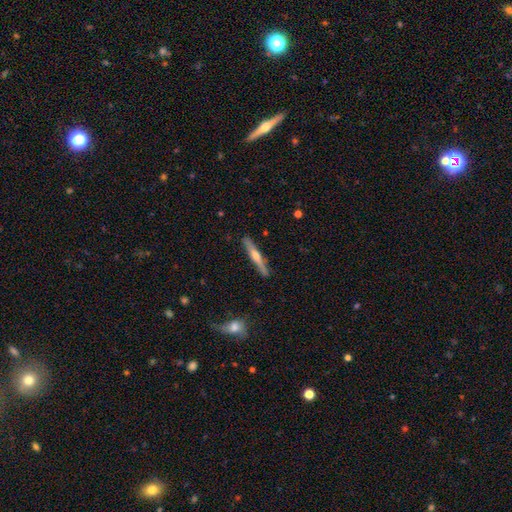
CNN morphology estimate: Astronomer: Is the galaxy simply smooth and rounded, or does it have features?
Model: featured or disk — 62%.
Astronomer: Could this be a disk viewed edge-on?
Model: yes — 97%.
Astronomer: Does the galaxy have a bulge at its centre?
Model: rounded — 83%.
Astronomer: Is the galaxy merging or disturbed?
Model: none — 88%.